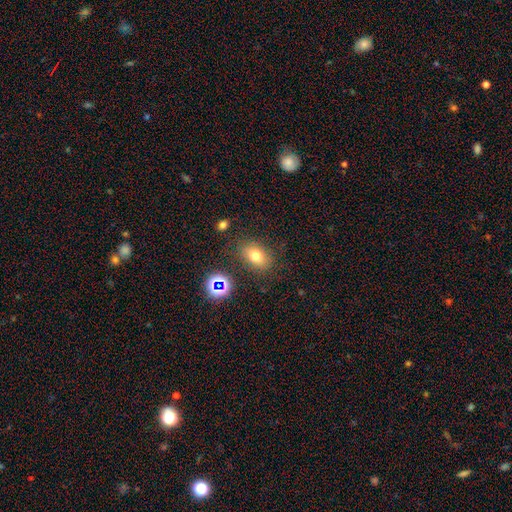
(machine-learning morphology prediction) smooth-or-featured: smooth: 72% | star or artifact: 16% | featured or disk: 12%
  how-rounded: in between: 77% | round: 21% | cigar-shaped: 2%
  merging: none: 81% | minor disturbance: 12% | major disturbance: 4% | merger: 3%